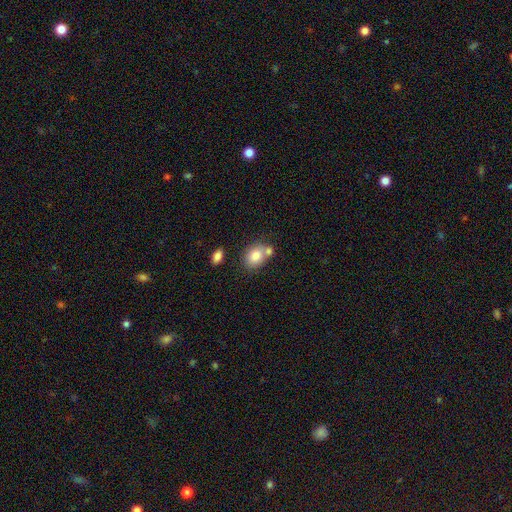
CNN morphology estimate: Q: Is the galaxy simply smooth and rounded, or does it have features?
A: smooth — 80%.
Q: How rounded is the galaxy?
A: in between — 58%.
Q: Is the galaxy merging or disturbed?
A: none — 52%.